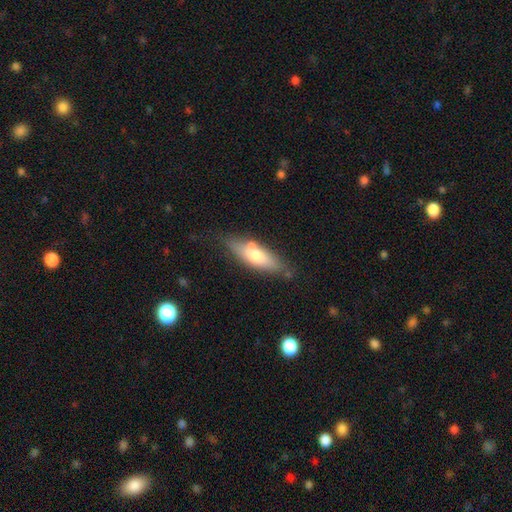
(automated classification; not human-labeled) smooth-or-featured: smooth: 62% | featured or disk: 32% | star or artifact: 6%
  how-rounded: in between: 55% | cigar-shaped: 42% | round: 2%
  merging: none: 67% | minor disturbance: 19% | merger: 9% | major disturbance: 5%